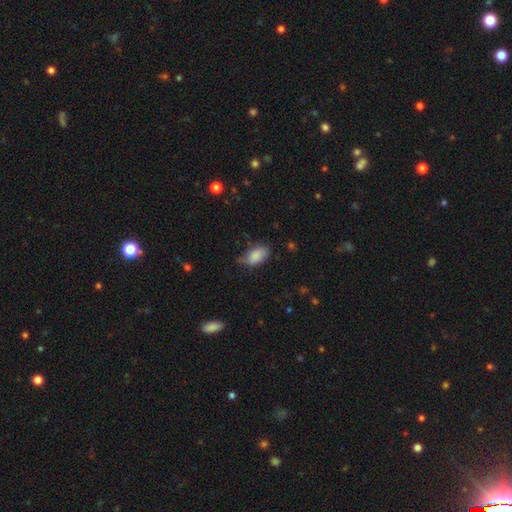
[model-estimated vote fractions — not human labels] A smooth galaxy with no disk features (85%) that is in between round and cigar-shaped (93%). Merging: none (58%).